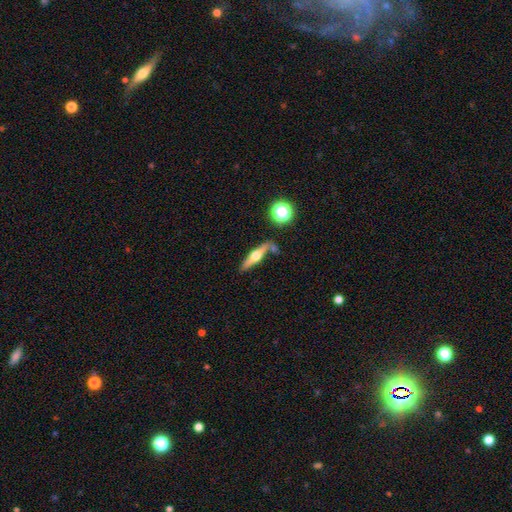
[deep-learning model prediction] A featured or disk galaxy (65%) viewed edge-on (95%) with a rounded central bulge (95%).

Vote fractions:
- Smooth or featured? featured or disk: 65% / smooth: 28% / star or artifact: 7%
- Edge-on disk? yes: 95% / no: 5%
- Edge-on bulge? rounded: 95% / boxy: 3% / none: 2%
- Merging? none: 74% / minor disturbance: 12% / merger: 10% / major disturbance: 4%